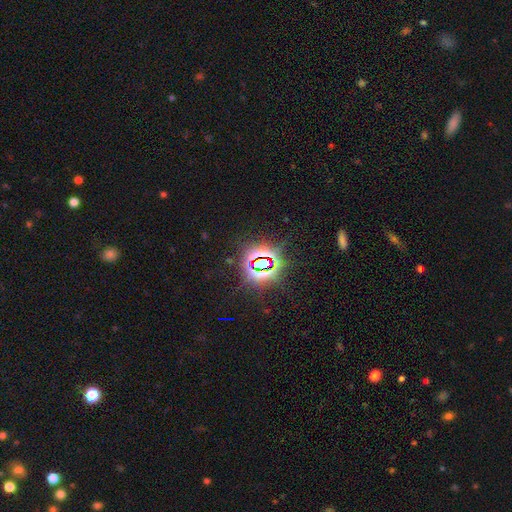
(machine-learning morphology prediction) smooth-or-featured: star or artifact: 84% | smooth: 9% | featured or disk: 7%